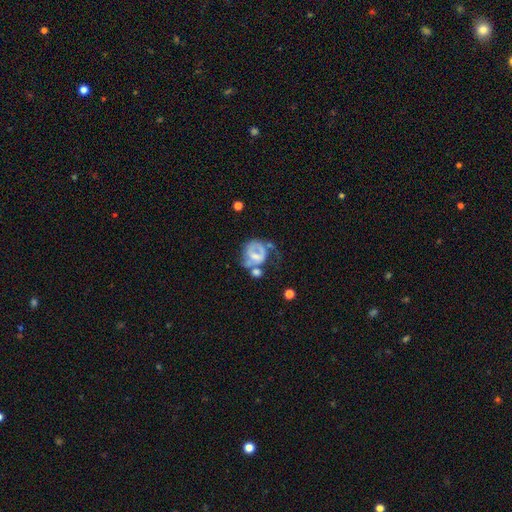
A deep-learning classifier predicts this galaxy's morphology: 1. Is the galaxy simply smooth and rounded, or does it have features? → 61% featured or disk, 31% smooth, 8% star or artifact.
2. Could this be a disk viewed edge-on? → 97% no, 3% yes.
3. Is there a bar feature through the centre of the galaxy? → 41% weak, 38% no, 21% strong.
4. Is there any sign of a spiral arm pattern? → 50% yes (tied), 50% no (tied).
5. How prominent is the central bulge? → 40% moderate, 37% small, 17% none, 5% large, 1% dominant.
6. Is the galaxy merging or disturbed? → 32% major disturbance, 24% none, 23% merger, 21% minor disturbance.